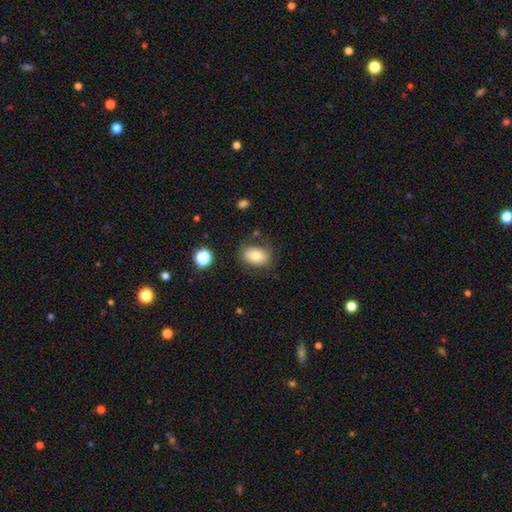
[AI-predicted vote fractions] smooth-or-featured: smooth: 74% | featured or disk: 17% | star or artifact: 9%
  how-rounded: in between: 81% | round: 17% | cigar-shaped: 1%
  merging: none: 72% | minor disturbance: 18% | major disturbance: 7% | merger: 4%